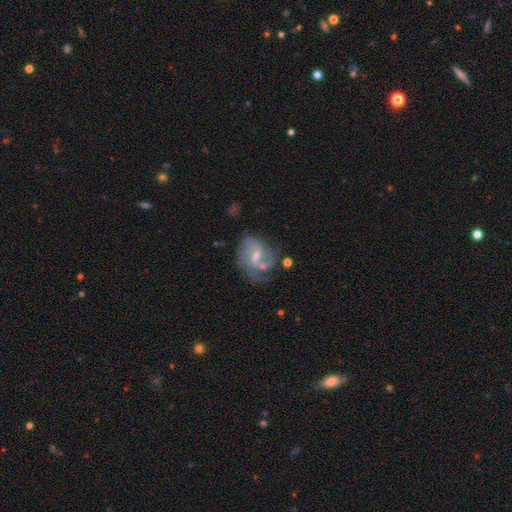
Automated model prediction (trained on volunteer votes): Smooth or featured? Predicted: featured or disk (p=0.73). Edge-on disk? Predicted: no (p=0.97). Bar? Predicted: weak (p=0.56). Spiral arms? Predicted: yes (p=0.83). Spiral winding? Predicted: medium (p=0.43). Spiral arm count? Predicted: 2 (p=0.51). Bulge size? Predicted: small (p=0.45). Merging? Predicted: none (p=0.43).